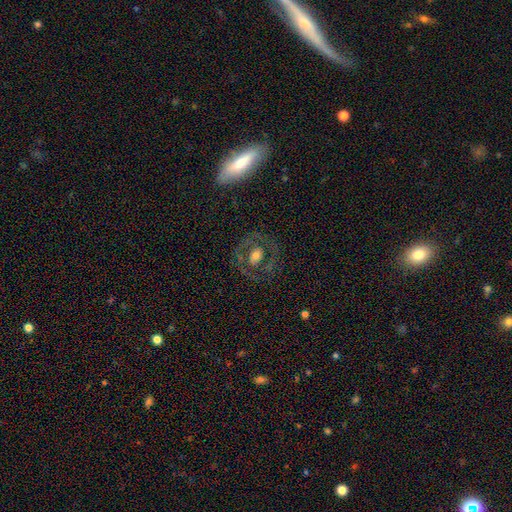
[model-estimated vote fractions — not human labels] A featured or disk galaxy (58%) with no bar (71%), no spiral arms (71%) and a moderate central bulge (64%).

Vote fractions:
- Smooth or featured? featured or disk: 58% / smooth: 34% / star or artifact: 8%
- Edge-on disk? no: 96% / yes: 4%
- Bar? no: 71% / weak: 20% / strong: 9%
- Spiral arms? no: 71% / yes: 29%
- Bulge size? moderate: 64% / large: 19% / small: 13% / dominant: 2% / none: 2%
- Merging? none: 77% / minor disturbance: 13% / major disturbance: 9% / merger: 2%